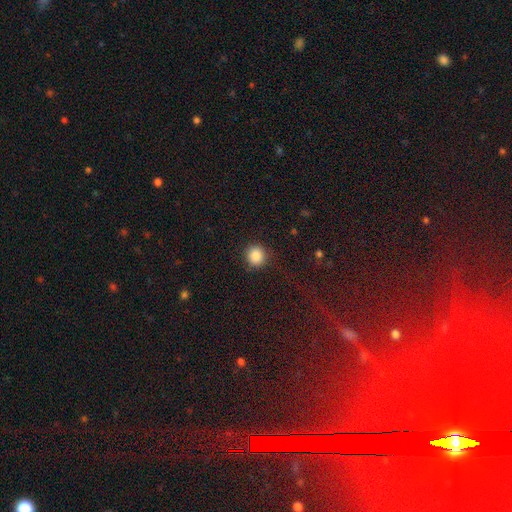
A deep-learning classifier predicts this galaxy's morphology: This is clearly a smooth galaxy (87%). How rounded: clearly round (92%). Merging: clearly none (89%).